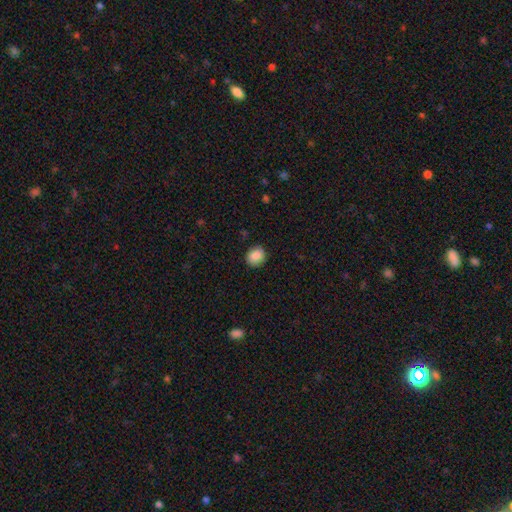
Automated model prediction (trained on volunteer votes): Smooth or featured: smooth — 87% (star or artifact — 8%)
How rounded: round — 75% (in between — 24%)
Merging: none — 88% (minor disturbance — 9%)